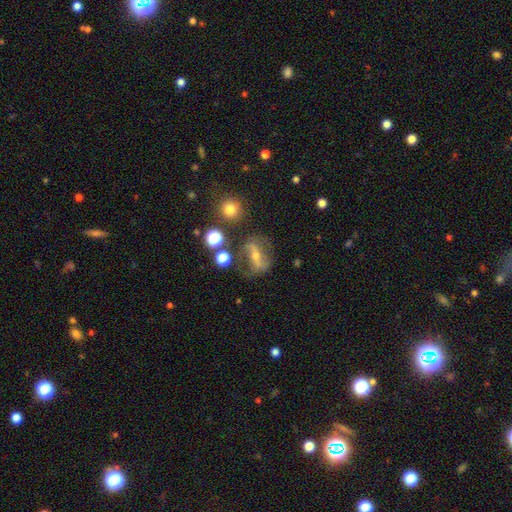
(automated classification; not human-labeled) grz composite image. It shows a featured or disk galaxy (66%) with a strong bar (60%), spiral arms (69%) and a small central bulge (55%). Merging: none (65%).